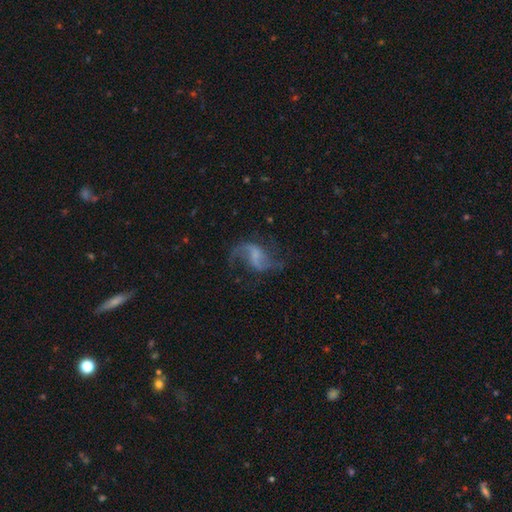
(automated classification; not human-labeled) Overall: featured or disk (82%). Edge-on disk: no (98%). Bar: weak (48%; no 30%). Spiral arms: yes (94%). Spiral arm count: 2 (86%). Spiral winding: loose (73%). Bulge size: none (56%; small 25%). Merging: none (61%).